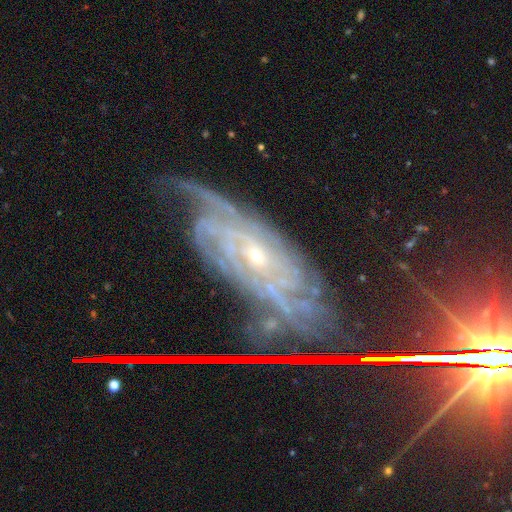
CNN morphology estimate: The model was most divided on "spiral arm count": can't tell: 31%, 2: 19%, 3: 17%, 4: 14%, more than 4: 11%, 1: 9%. More confident: spiral arms — yes (96%); edge-on disk — no (90%); smooth or featured — featured or disk (85%); bulge size — small (70%); merging — none (61%); spiral winding — tight (60%); bar — no (59%).